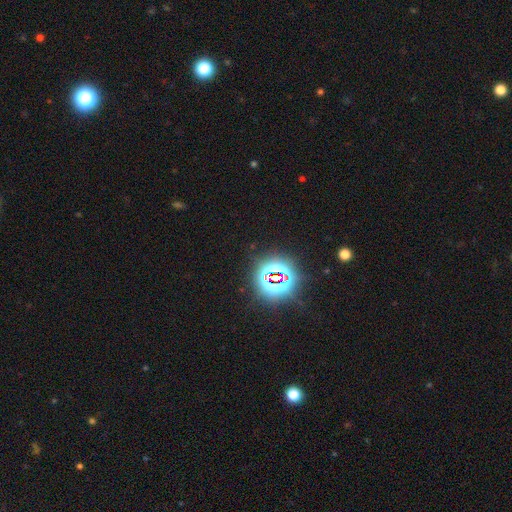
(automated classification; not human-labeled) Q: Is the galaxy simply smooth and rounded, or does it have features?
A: star or artifact — 81%.